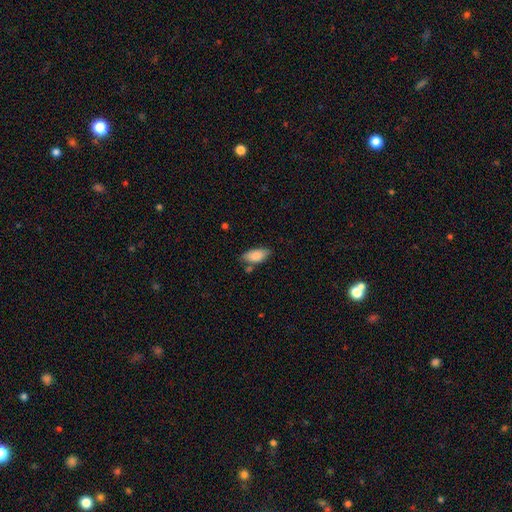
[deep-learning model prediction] smooth_or_featured: smooth (p=0.86) [alt: featured or disk p=0.08]
how_rounded: in between (p=0.89) [alt: cigar-shaped p=0.08]
merging: none (p=0.68) [alt: minor disturbance p=0.20]